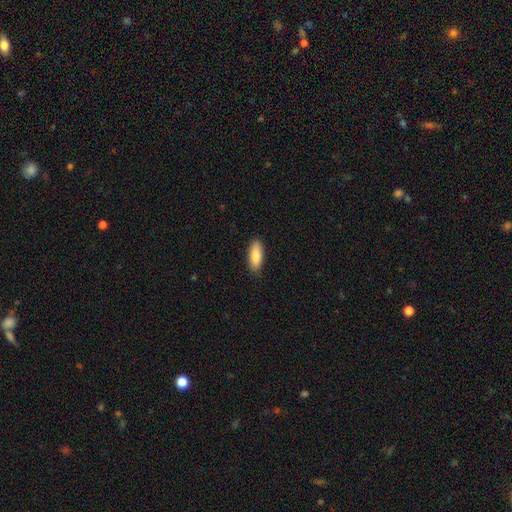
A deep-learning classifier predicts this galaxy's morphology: This is clearly a smooth galaxy (84%). How rounded: likely in between (71%). Merging: clearly none (86%).